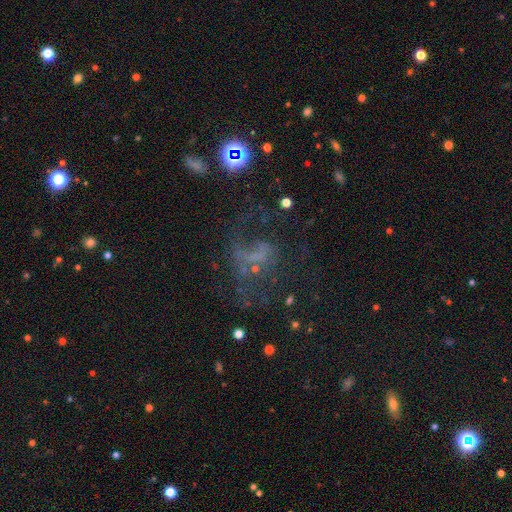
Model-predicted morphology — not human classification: Smooth or featured? Predicted: featured or disk (p=0.45). Merging? Predicted: major disturbance (p=0.41).